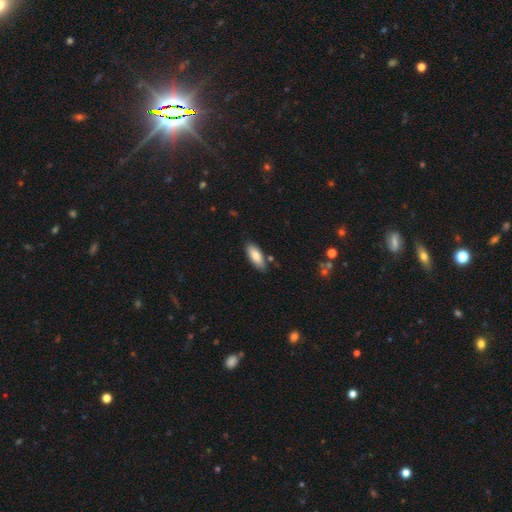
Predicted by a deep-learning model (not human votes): smooth_or_featured: smooth (p=0.82) [alt: featured or disk p=0.12]
how_rounded: in between (p=0.78) [alt: cigar-shaped p=0.21]
merging: none (p=0.79) [alt: minor disturbance p=0.15]